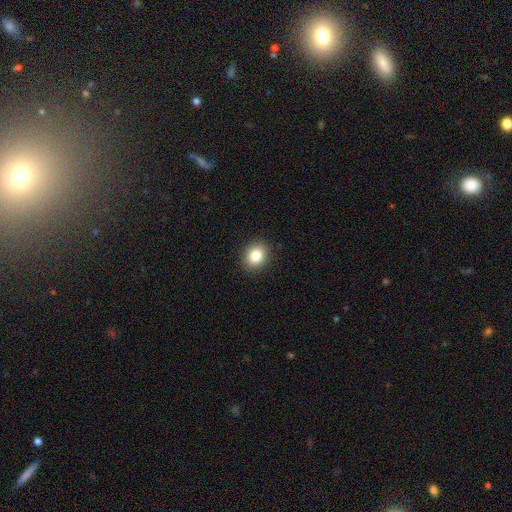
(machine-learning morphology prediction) The model was most divided on "how rounded": round: 60%, in between: 39%, cigar-shaped: 1%. More confident: merging — none (90%); smooth or featured — smooth (83%).